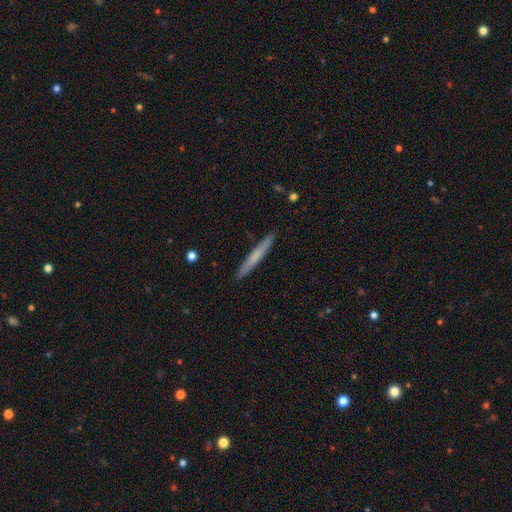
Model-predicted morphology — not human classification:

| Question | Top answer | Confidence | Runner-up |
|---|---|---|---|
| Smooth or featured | smooth | 59% | featured or disk (35%) |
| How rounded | cigar-shaped | 97% | in between (2%) |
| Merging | none | 91% | minor disturbance (6%) |